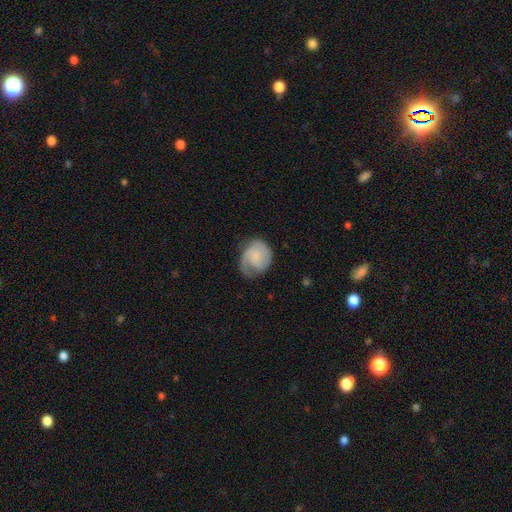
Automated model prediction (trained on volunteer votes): This appears to be a featured or disk galaxy (60%) with no bar (69%), 2 (49%) tight (42%) spiral arms (91%) and no central bulge (44%). Merging: none (56%).